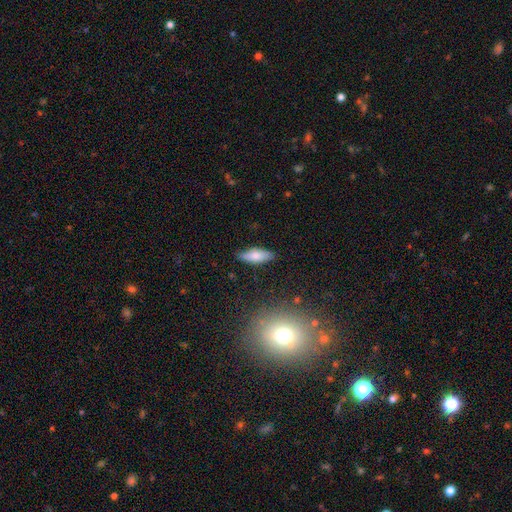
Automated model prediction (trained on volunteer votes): smooth_or_featured: smooth (p=0.70) [alt: featured or disk p=0.23]
how_rounded: in between (p=0.61) [alt: cigar-shaped p=0.37]
merging: none (p=0.83) [alt: minor disturbance p=0.13]